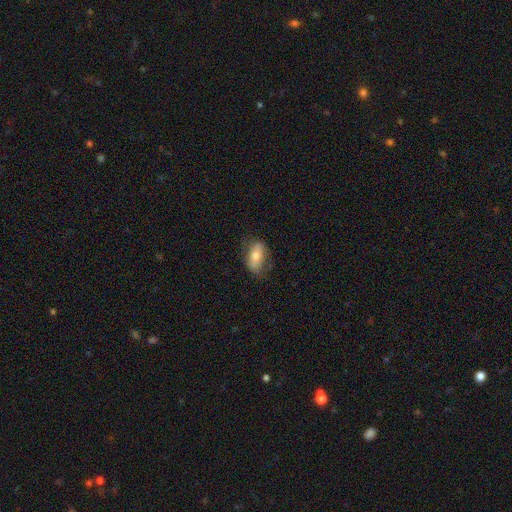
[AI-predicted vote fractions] This appears to be a smooth galaxy with no disk features (68%) that is in between round and cigar-shaped (89%). Merging: none (67%).